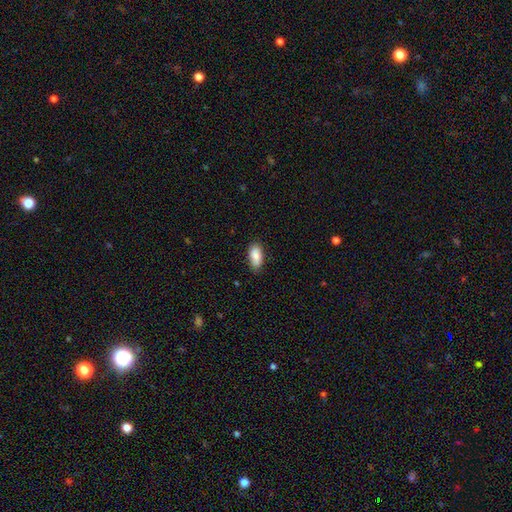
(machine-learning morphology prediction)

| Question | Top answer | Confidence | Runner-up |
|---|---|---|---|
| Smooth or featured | smooth | 86% | featured or disk (7%) |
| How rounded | in between | 91% | cigar-shaped (5%) |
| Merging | none | 79% | minor disturbance (17%) |